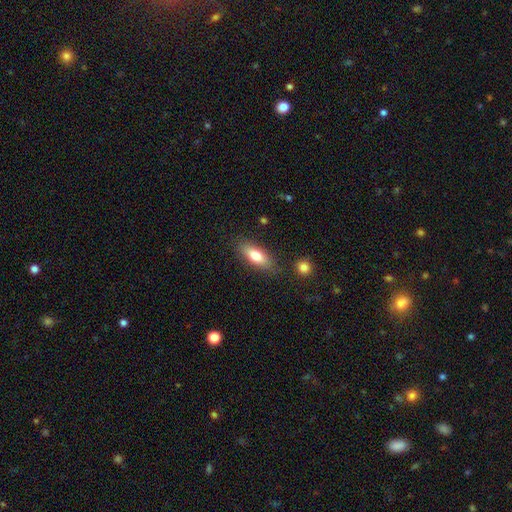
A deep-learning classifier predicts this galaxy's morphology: smooth 75%, featured or disk 18%, star or artifact 7%. Down the decision tree: how rounded — in between (71%); merging — none (81%).